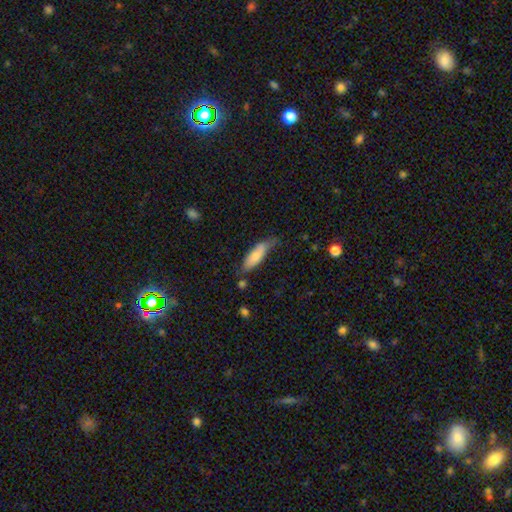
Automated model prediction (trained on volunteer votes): This is likely a smooth galaxy (76%). How rounded: likely in between (61%). Merging: possibly none (52%).